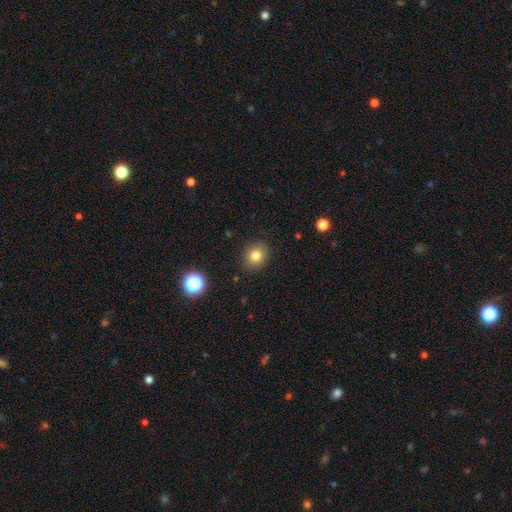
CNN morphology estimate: Smooth or featured?
  - smooth: 80% *
  - star or artifact: 12%
  - featured or disk: 8%
How rounded?
  - round: 74% *
  - in between: 25%
  - cigar-shaped: 1%
Merging?
  - none: 88% *
  - minor disturbance: 8%
  - major disturbance: 2%
  - merger: 1%